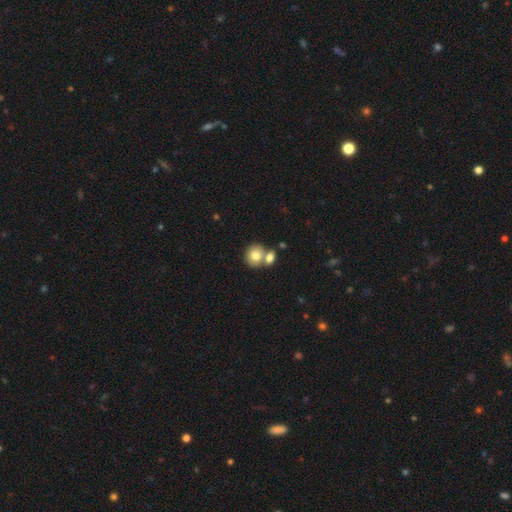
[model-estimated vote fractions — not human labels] Q: Smooth or featured?
A: smooth (77%); runner-up: featured or disk (14%)
Q: How rounded?
A: round (77%); runner-up: in between (22%)
Q: Merging?
A: none (45%); runner-up: merger (44%)